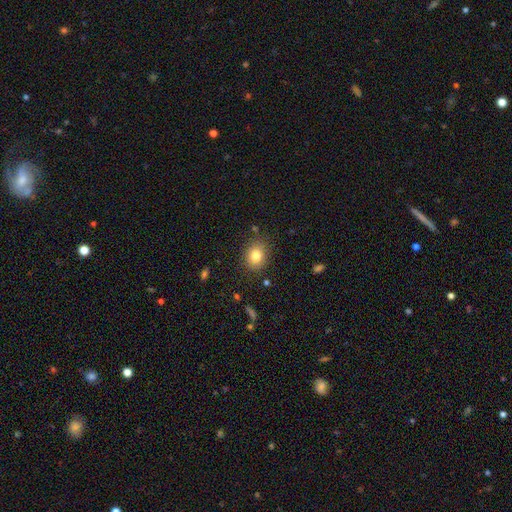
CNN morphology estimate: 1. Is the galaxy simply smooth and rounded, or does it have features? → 81% smooth, 11% star or artifact, 9% featured or disk.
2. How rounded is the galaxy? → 53% round, 46% in between, 1% cigar-shaped.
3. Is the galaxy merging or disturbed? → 85% none, 11% minor disturbance, 3% major disturbance, 2% merger.